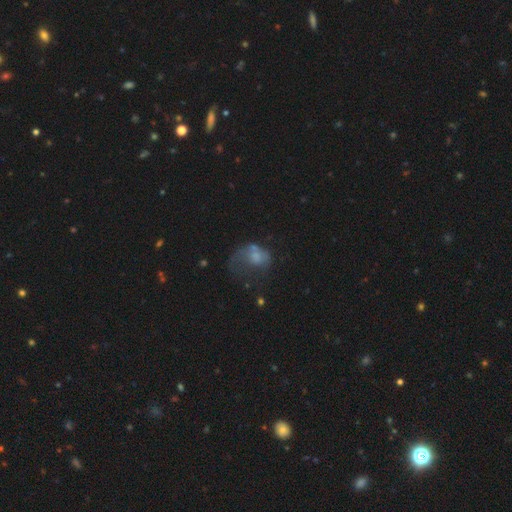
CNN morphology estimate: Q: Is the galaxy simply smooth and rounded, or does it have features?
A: smooth — 47%.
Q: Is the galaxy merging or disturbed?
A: major disturbance — 56%.